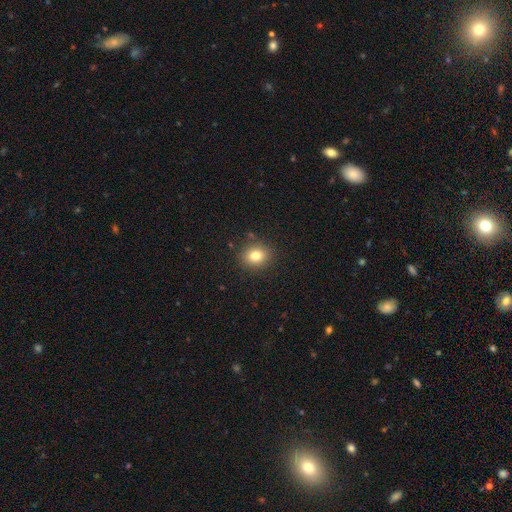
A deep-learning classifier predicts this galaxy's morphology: type=smooth (80%); roundness=round (66%); merging=none (87%).